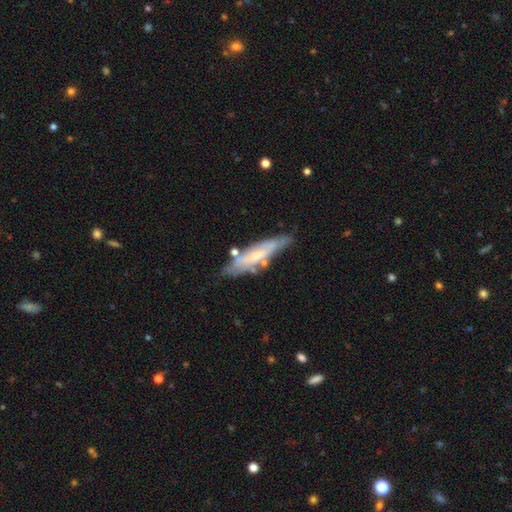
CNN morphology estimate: This appears to be a featured or disk galaxy (52%) viewed edge-on (62%). Merging: none (64%).